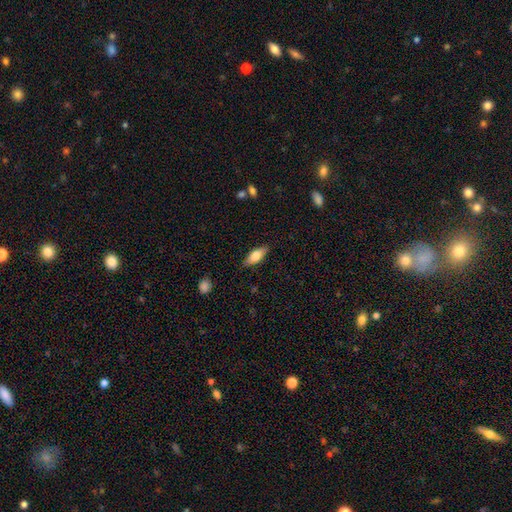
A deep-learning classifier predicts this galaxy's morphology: Q: Smooth or featured?
A: smooth (70%); runner-up: featured or disk (23%)
Q: How rounded?
A: in between (75%); runner-up: cigar-shaped (22%)
Q: Merging?
A: none (85%); runner-up: minor disturbance (12%)